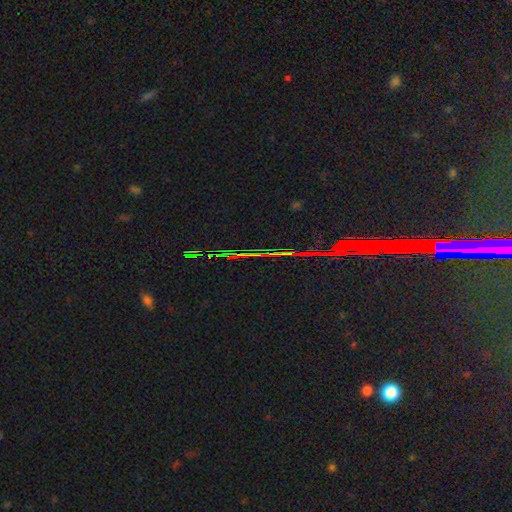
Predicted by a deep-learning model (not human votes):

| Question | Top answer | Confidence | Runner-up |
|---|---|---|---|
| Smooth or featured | star or artifact | 85% | featured or disk (8%) |